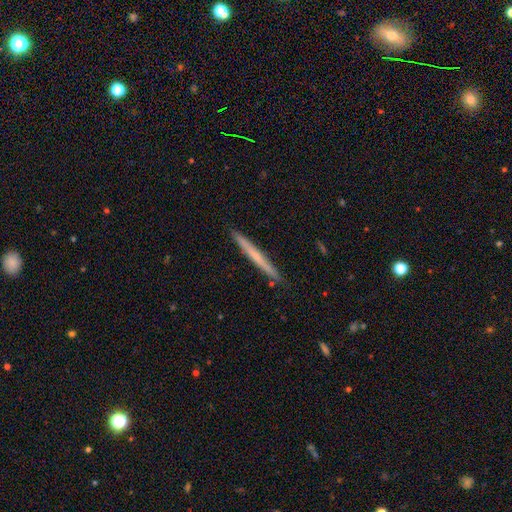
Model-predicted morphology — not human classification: smooth-or-featured: smooth: 48% | featured or disk: 47% | star or artifact: 6%
  merging: none: 91% | minor disturbance: 6% | major disturbance: 1% | merger: 1%